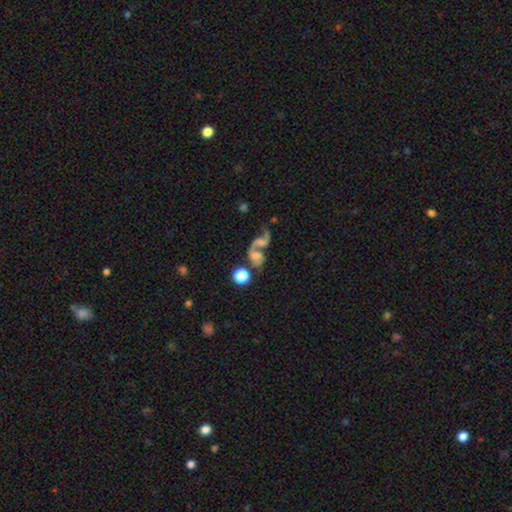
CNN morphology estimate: smooth_or_featured: featured or disk (p=0.62) [alt: smooth p=0.25]
disk_edge_on: no (p=0.97) [alt: yes p=0.03]
bar: no (p=0.55) [alt: weak p=0.34]
has_spiral_arms: yes (p=0.86) [alt: no p=0.14]
spiral_winding: loose (p=0.73) [alt: medium p=0.22]
spiral_arm_count: 2 (p=0.80) [alt: 1 p=0.14]
bulge_size: none (p=0.32) [alt: small p=0.31]
merging: merger (p=0.45) [alt: none p=0.31]